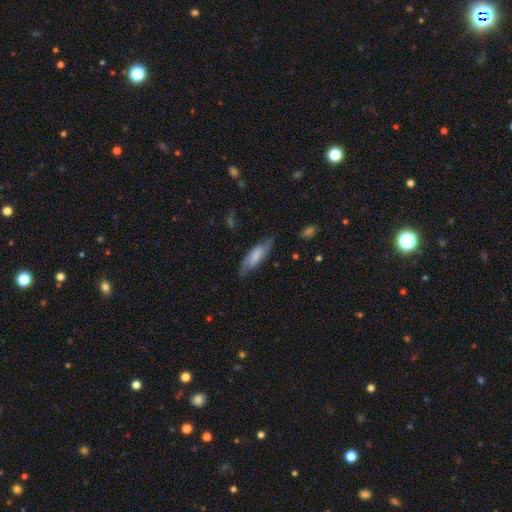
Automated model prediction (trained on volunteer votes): Morphology: type=featured or disk (51%); edge-on=no (78%); merging=none (73%).